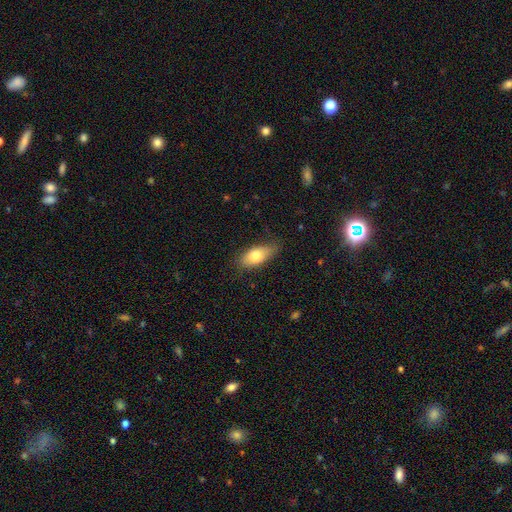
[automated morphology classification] A smooth galaxy with no disk features (76%) that is in between round and cigar-shaped (83%). Merging: none (77%).